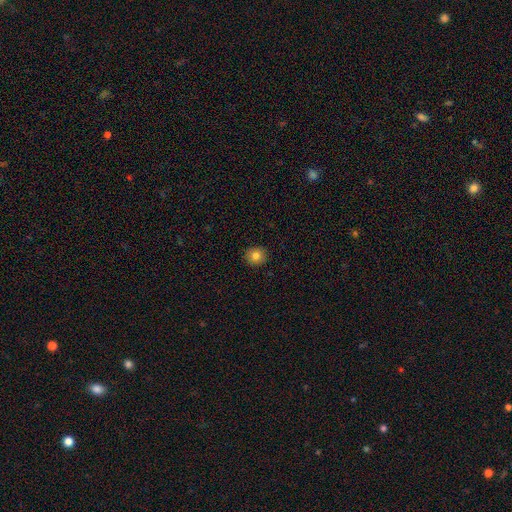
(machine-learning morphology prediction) Smooth or featured? smooth (82%)
How rounded? round (88%)
Merging? none (91%)